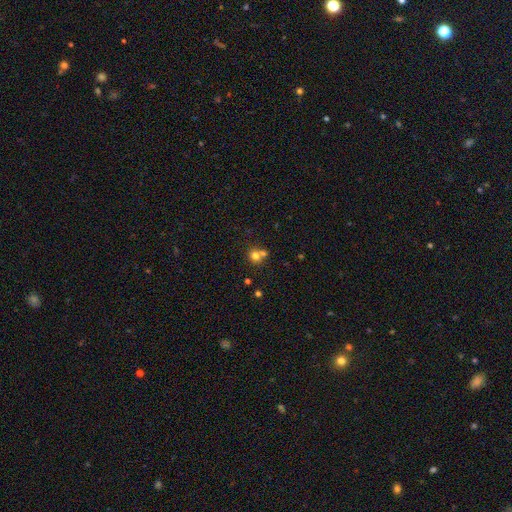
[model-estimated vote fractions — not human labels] A smooth galaxy with no disk features (74%) that is round (83%).

Vote fractions:
- Smooth or featured? smooth: 74% / star or artifact: 14% / featured or disk: 12%
- How rounded? round: 83% / in between: 16% / cigar-shaped: 1%
- Merging? none: 46% / merger: 44% / minor disturbance: 7% / major disturbance: 3%